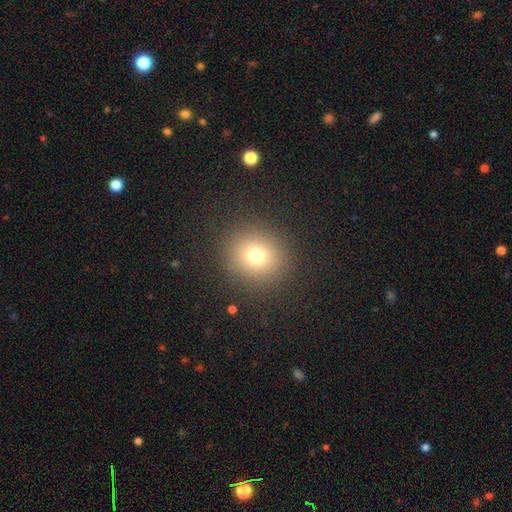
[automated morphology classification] This is likely a smooth galaxy (72%). How rounded: clearly round (88%). Merging: clearly none (89%).